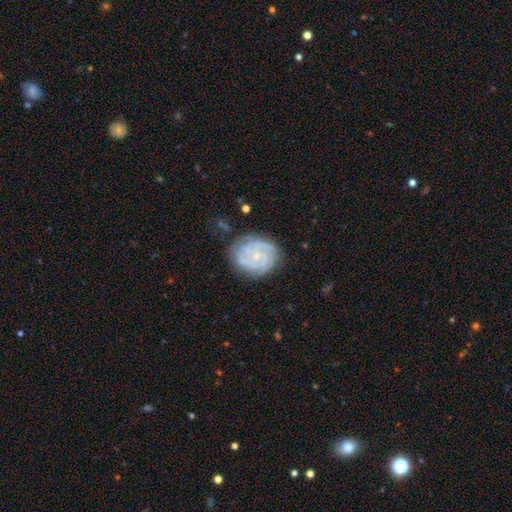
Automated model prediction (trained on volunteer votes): Smooth or featured: featured or disk — 80% (smooth — 13%)
Edge-on disk: no — 98% (yes — 2%)
Bar: no — 76% (weak — 20%)
Spiral arms: yes — 95% (no — 5%)
Spiral winding: tight — 69% (medium — 26%)
Spiral arm count: 3 — 26% (can't tell — 24%)
Bulge size: small — 75% (moderate — 17%)
Merging: none — 76% (minor disturbance — 17%)